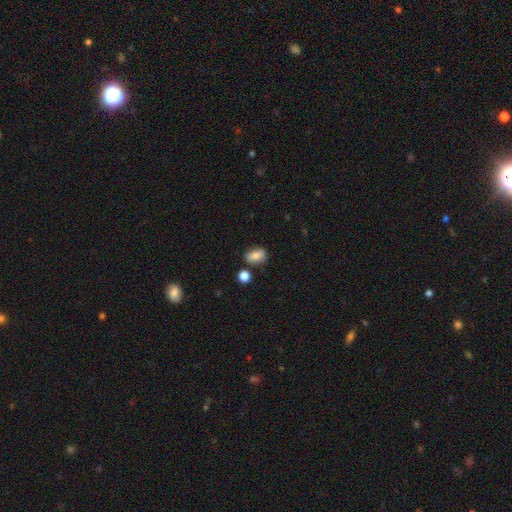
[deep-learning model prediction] Overall: smooth (81%). How rounded: in between (80%). Merging: none (75%).